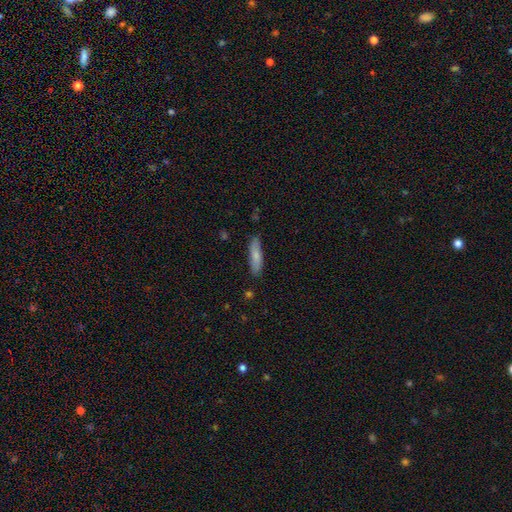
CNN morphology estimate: smooth-or-featured: smooth: 77% | featured or disk: 17% | star or artifact: 6%
  how-rounded: cigar-shaped: 70% | in between: 29% | round: 2%
  merging: none: 83% | minor disturbance: 13% | major disturbance: 2% | merger: 1%